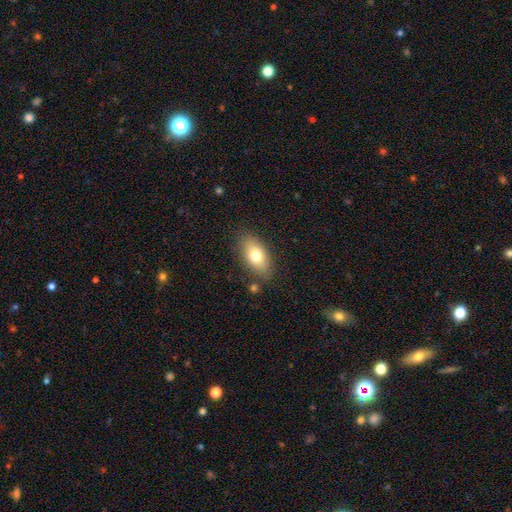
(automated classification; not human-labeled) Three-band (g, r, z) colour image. It shows a smooth galaxy with no disk features (74%) that is in between round and cigar-shaped (89%). Merging: none (81%).